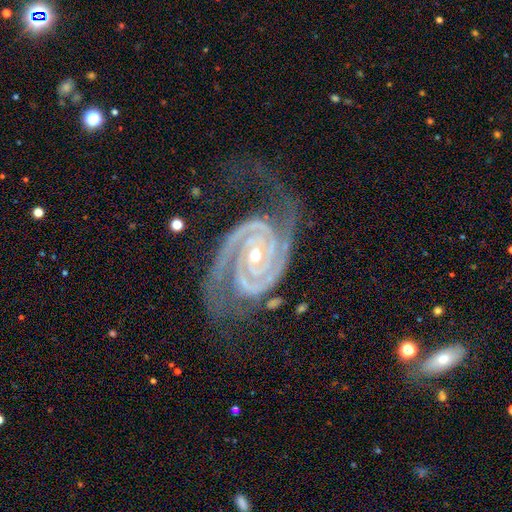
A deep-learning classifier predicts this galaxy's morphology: Smooth or featured? Predicted: featured or disk (p=0.94). Edge-on disk? Predicted: no (p=0.98). Bar? Predicted: no (p=0.60). Spiral arms? Predicted: yes (p=0.99). Spiral winding? Predicted: tight (p=0.74). Spiral arm count? Predicted: 2 (p=0.83). Bulge size? Predicted: small (p=0.49). Merging? Predicted: none (p=0.65).